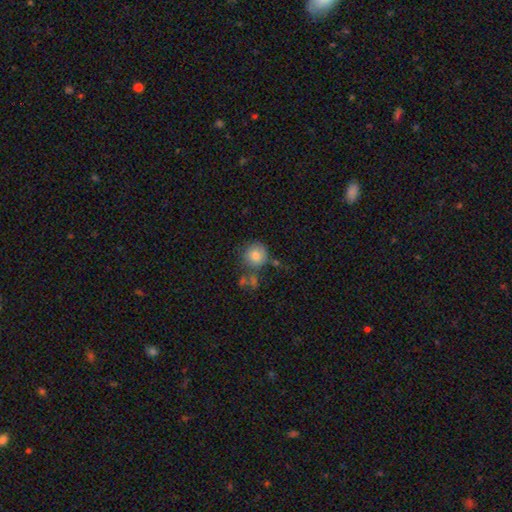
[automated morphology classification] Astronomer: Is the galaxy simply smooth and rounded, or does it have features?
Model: smooth — 78%.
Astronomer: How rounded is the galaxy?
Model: round — 91%.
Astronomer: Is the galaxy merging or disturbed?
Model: none — 66%.